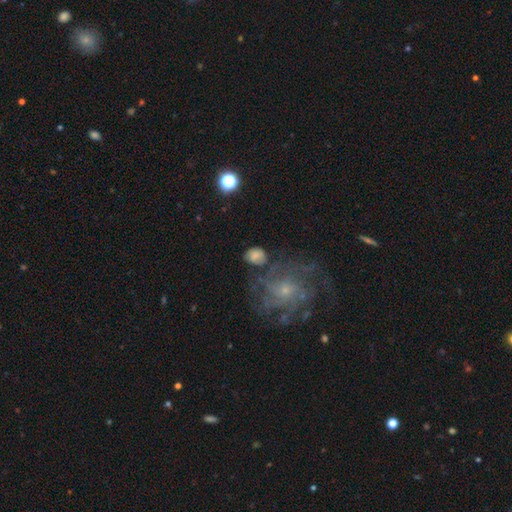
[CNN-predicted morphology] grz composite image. It shows a smooth galaxy with no disk features (60%) that is in between round and cigar-shaped (54%). Merging: none (57%).